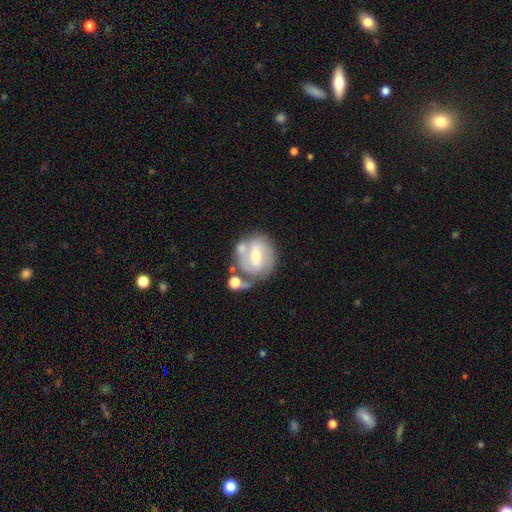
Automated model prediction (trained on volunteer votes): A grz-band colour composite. It shows a featured or disk galaxy (69%) with a weak bar (48%), 2 (59%) medium (42%) spiral arms (79%) and a moderate central bulge (60%). Merging: none (52%).